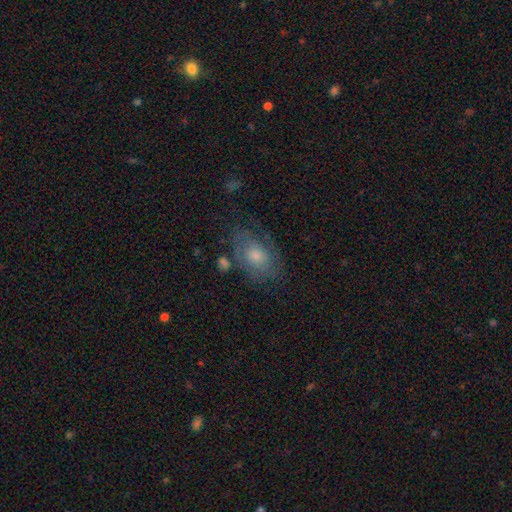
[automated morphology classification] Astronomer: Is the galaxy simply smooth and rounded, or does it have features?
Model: smooth — 51% (runner-up: featured or disk, 39%).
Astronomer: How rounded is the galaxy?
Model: in between — 80%.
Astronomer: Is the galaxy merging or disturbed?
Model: none — 58%.